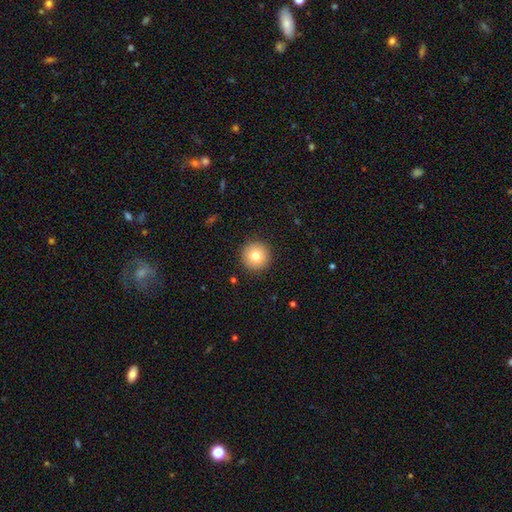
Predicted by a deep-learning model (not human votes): smooth-or-featured: smooth: 78% | featured or disk: 12% | star or artifact: 10%
  how-rounded: round: 96% | in between: 3% | cigar-shaped: 1%
  merging: none: 92% | minor disturbance: 5% | major disturbance: 2% | merger: 1%